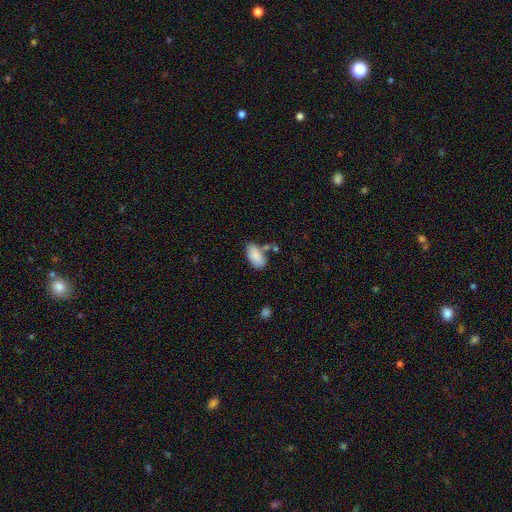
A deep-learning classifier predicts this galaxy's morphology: smooth 87%, star or artifact 7%, featured or disk 6%. Down the decision tree: how rounded — in between (94%); merging — none (60%).